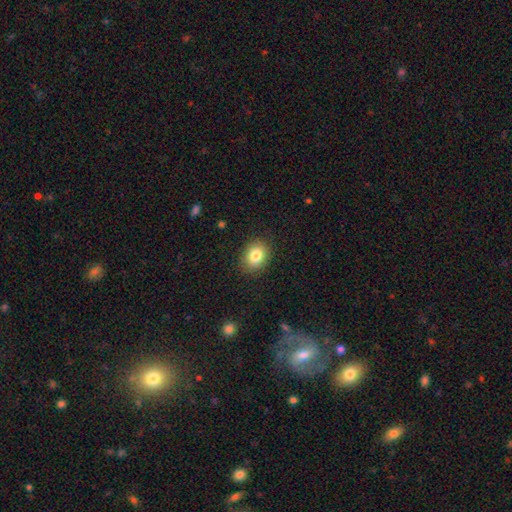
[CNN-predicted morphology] Smooth or featured? smooth (83%)
How rounded? in between (59%)
Merging? none (87%)